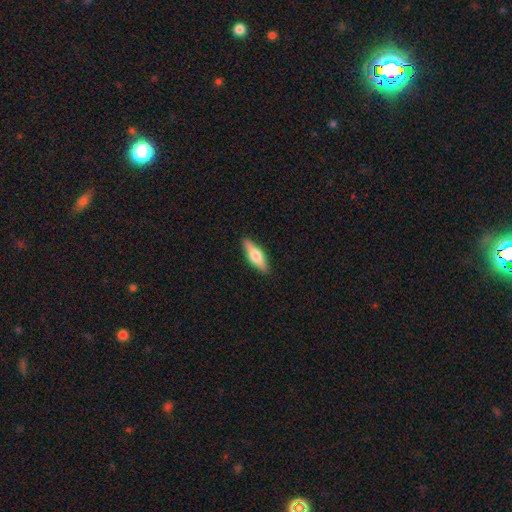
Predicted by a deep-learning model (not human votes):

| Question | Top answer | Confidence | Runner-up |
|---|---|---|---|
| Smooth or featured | smooth | 47% | tied: featured or disk (47%) |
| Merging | none | 89% | minor disturbance (8%) |